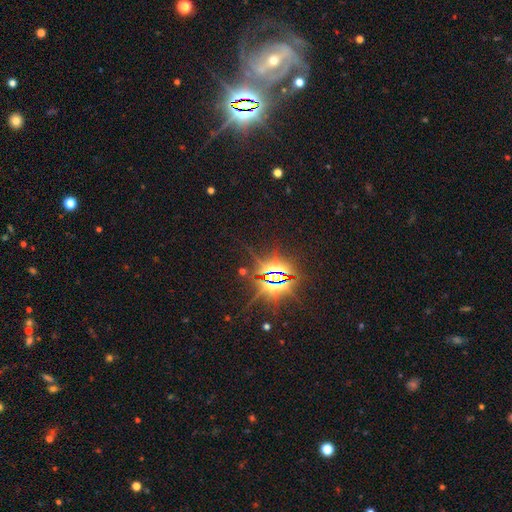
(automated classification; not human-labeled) Overall: star or artifact (84%).